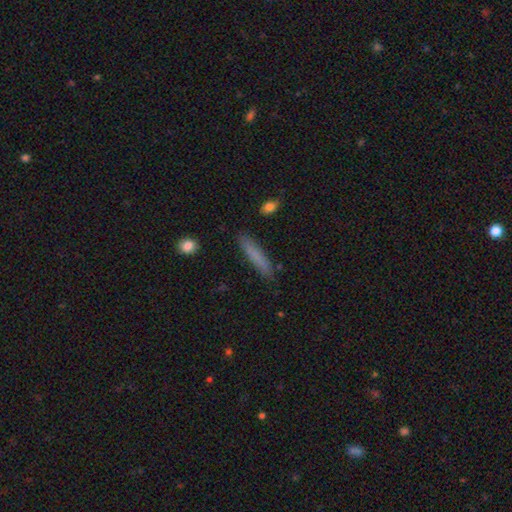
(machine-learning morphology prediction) Smooth or featured: smooth — 77% (featured or disk — 16%)
How rounded: cigar-shaped — 91% (in between — 7%)
Merging: none — 86% (minor disturbance — 11%)